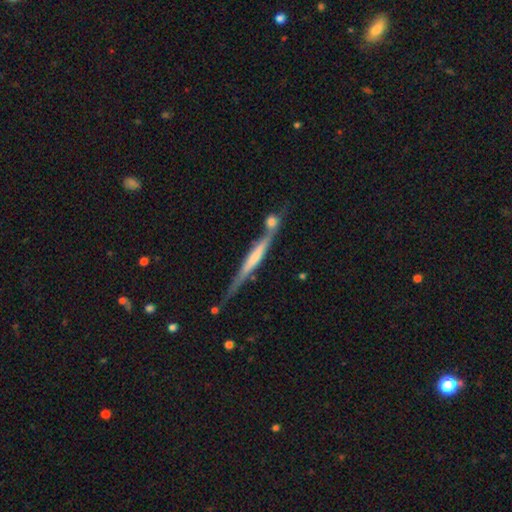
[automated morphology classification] Q: Smooth or featured?
A: featured or disk (73%); runner-up: smooth (20%)
Q: Edge-on disk?
A: yes (96%); runner-up: no (4%)
Q: Edge-on bulge?
A: none (42%); runner-up: rounded (37%)
Q: Merging?
A: none (73%); runner-up: minor disturbance (14%)